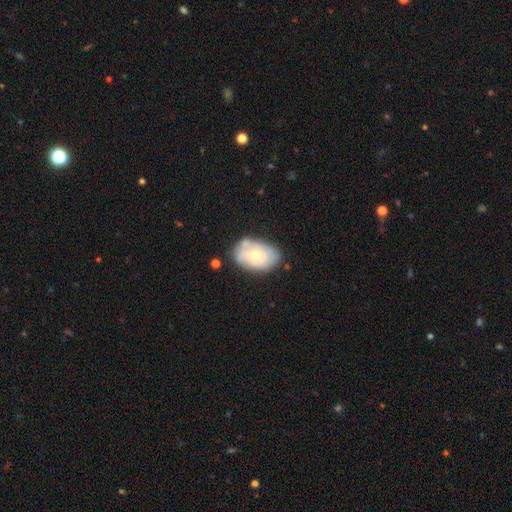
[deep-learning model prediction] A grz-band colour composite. It shows a smooth galaxy with no disk features (48%). Merging: none (61%).